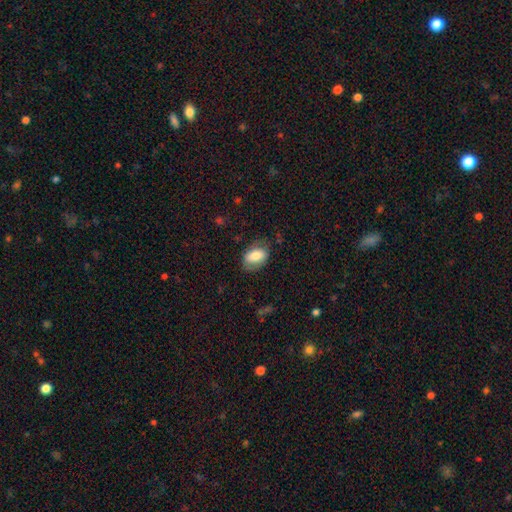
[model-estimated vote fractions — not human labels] A smooth galaxy with no disk features (71%) that is in between round and cigar-shaped (88%). Merging: none (69%).